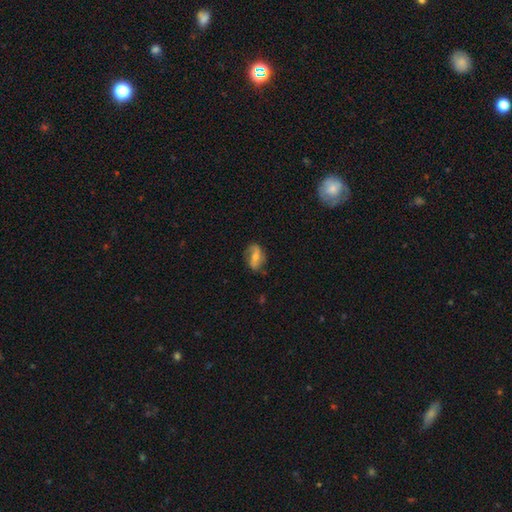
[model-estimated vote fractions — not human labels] Morphology: type=featured or disk (52%); edge-on=no (90%); merging=none (73%).